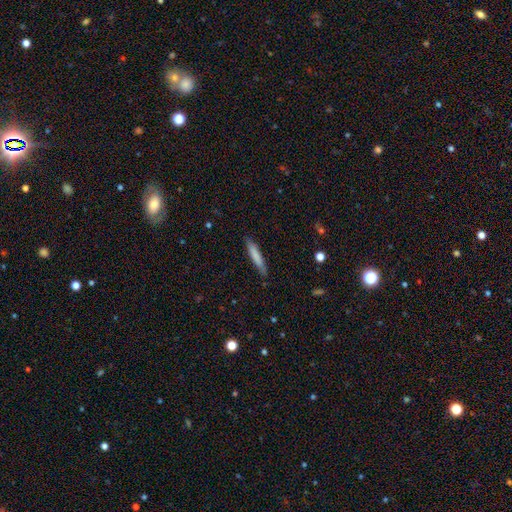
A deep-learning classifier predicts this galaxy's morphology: smooth-or-featured: smooth: 76% | featured or disk: 18% | star or artifact: 6%
  how-rounded: cigar-shaped: 91% | in between: 8% | round: 1%
  merging: none: 84% | minor disturbance: 13% | major disturbance: 2% | merger: 1%